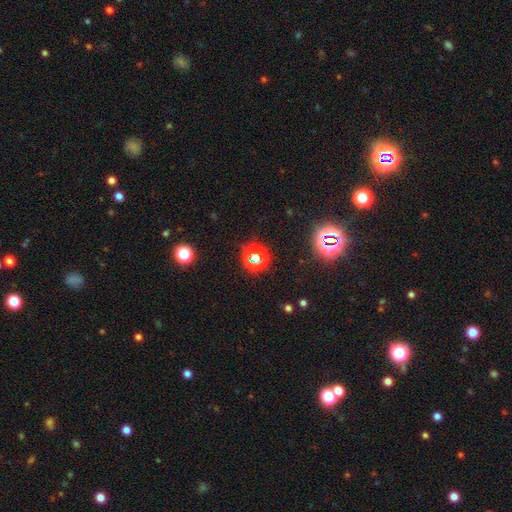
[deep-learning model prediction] Overall: star or artifact (62%; smooth 30%).